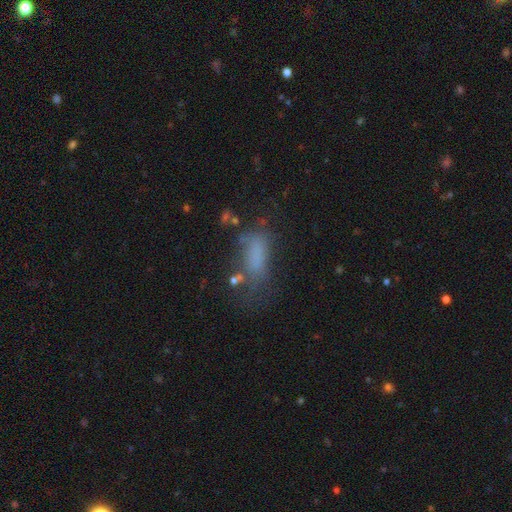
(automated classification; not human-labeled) Morphology: type=smooth (61%); roundness=in between (76%); merging=none (37%).